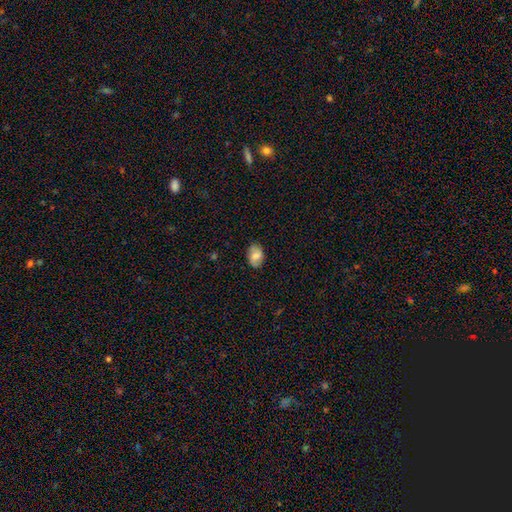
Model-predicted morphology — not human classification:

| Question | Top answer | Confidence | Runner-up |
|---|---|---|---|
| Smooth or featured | smooth | 76% | featured or disk (17%) |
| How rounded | in between | 86% | round (13%) |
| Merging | none | 83% | minor disturbance (14%) |